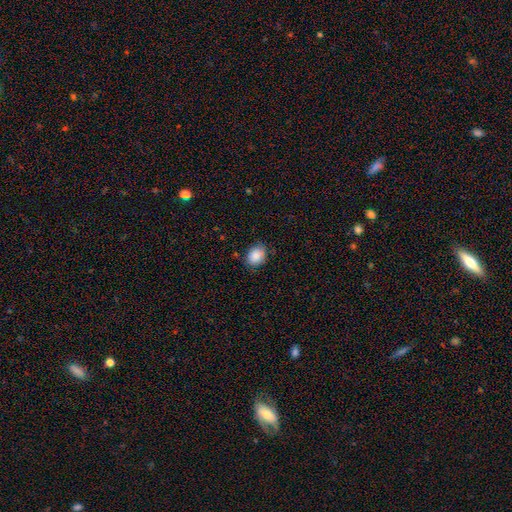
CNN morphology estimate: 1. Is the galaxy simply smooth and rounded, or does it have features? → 88% smooth, 8% star or artifact, 4% featured or disk.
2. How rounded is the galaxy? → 52% in between, 47% round, 1% cigar-shaped.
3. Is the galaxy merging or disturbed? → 79% none, 17% minor disturbance, 3% major disturbance, 1% merger.